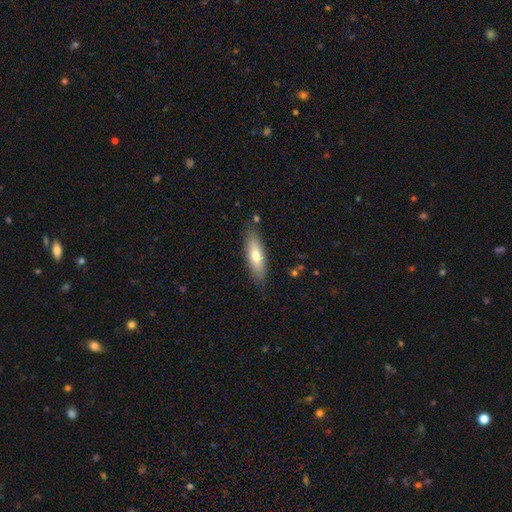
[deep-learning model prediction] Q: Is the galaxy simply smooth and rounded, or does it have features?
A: smooth — 66%.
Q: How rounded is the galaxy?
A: cigar-shaped — 50%.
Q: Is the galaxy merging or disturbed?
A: none — 81%.